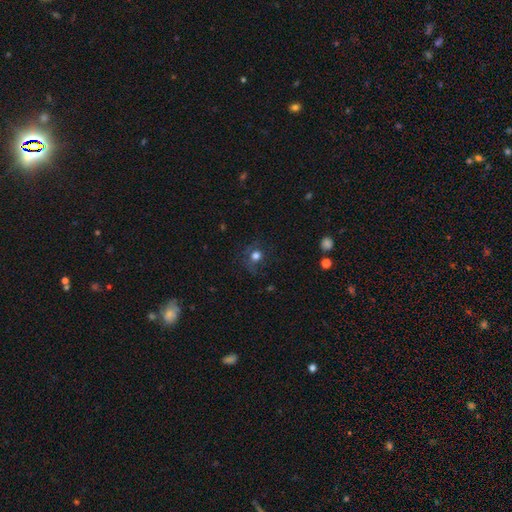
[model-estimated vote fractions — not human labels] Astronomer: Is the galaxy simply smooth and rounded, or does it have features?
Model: smooth — 60%.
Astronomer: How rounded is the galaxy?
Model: round — 84%.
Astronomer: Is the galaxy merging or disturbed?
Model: none — 67%.